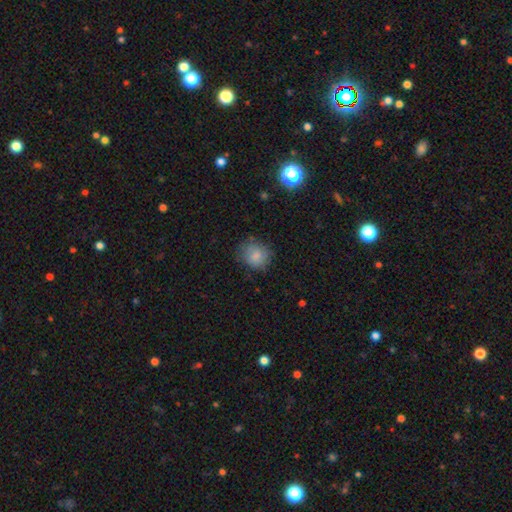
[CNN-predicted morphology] Smooth or featured?
  - smooth: 80% *
  - featured or disk: 11%
  - star or artifact: 9%
How rounded?
  - round: 77% *
  - in between: 22%
  - cigar-shaped: 1%
Merging?
  - none: 72% *
  - minor disturbance: 20%
  - major disturbance: 6%
  - merger: 1%